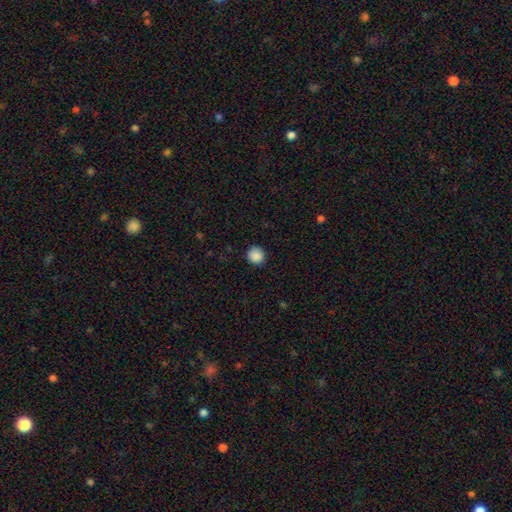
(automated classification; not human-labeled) Smooth or featured?
  - smooth: 88% *
  - star or artifact: 9%
  - featured or disk: 3%
How rounded?
  - round: 91% *
  - in between: 8%
  - cigar-shaped: 1%
Merging?
  - none: 88% *
  - minor disturbance: 9%
  - major disturbance: 2%
  - merger: 1%